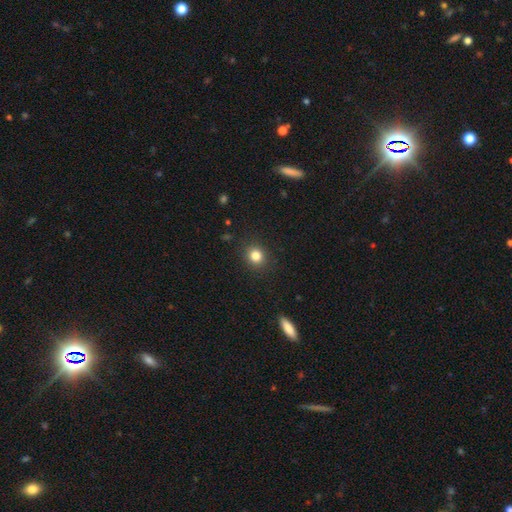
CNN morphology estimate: Smooth or featured: smooth — 83% (star or artifact — 12%)
How rounded: round — 81% (in between — 18%)
Merging: none — 90% (minor disturbance — 7%)